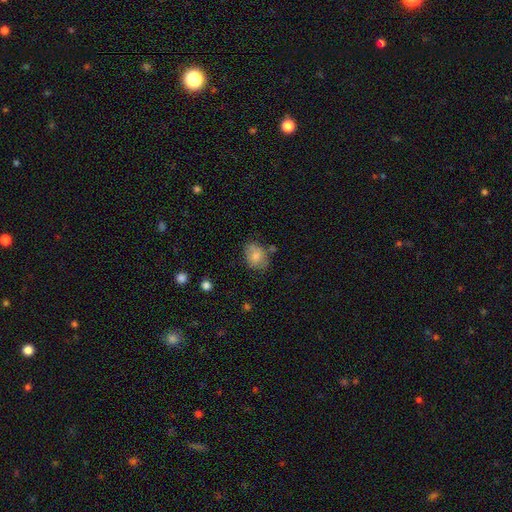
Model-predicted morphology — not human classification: Overall: smooth (76%). How rounded: in between (64%; round 35%). Merging: none (63%; minor disturbance 24%).